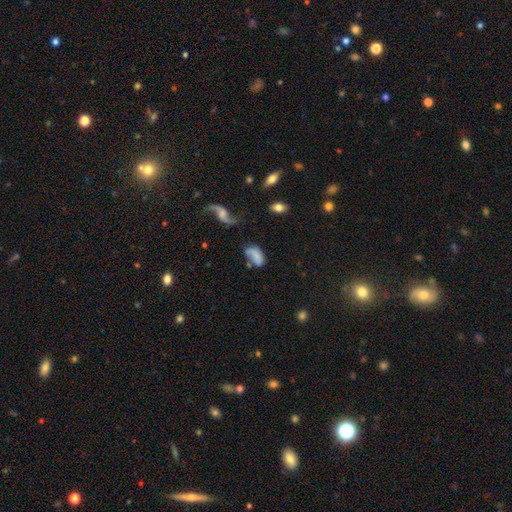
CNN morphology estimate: This is possibly a smooth galaxy (54%). How rounded: clearly in between (90%). Merging: marginally none (36%).